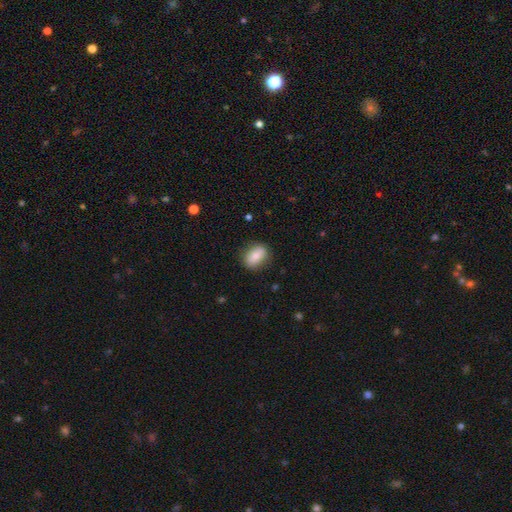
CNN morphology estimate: type=smooth (81%); roundness=in between (80%); merging=none (83%).